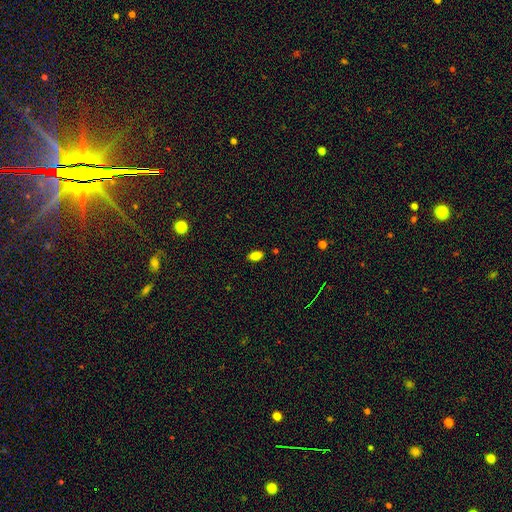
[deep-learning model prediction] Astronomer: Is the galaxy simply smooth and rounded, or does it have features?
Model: smooth — 83%.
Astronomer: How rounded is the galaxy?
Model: in between — 90%.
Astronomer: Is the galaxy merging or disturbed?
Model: none — 86%.